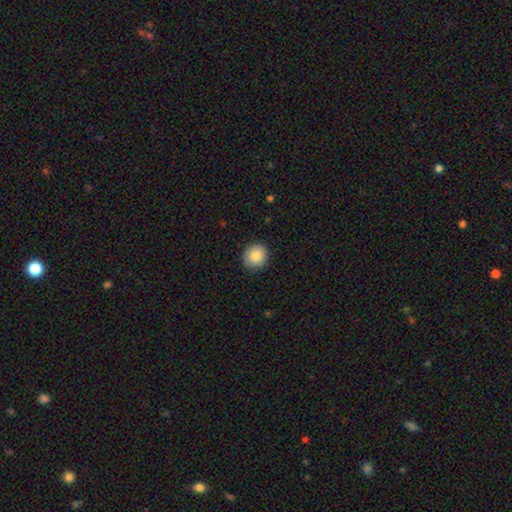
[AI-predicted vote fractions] A smooth galaxy with no disk features (84%) that is round (90%).

Vote fractions:
- Smooth or featured? smooth: 84% / star or artifact: 8% / featured or disk: 8%
- How rounded? round: 90% / in between: 9% / cigar-shaped: 1%
- Merging? none: 90% / minor disturbance: 8% / major disturbance: 2% / merger: 1%